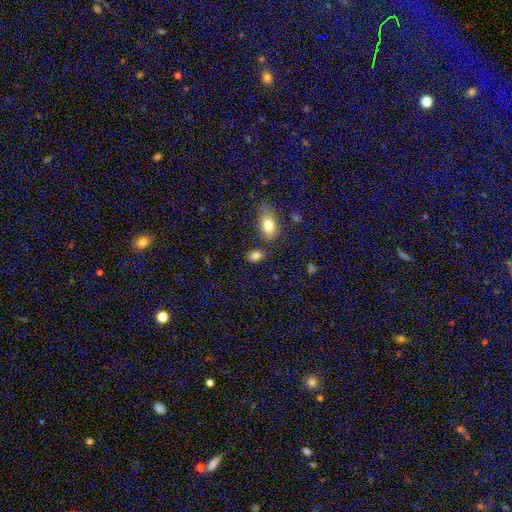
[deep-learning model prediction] smooth_or_featured: smooth (p=0.83) [alt: star or artifact p=0.10]
how_rounded: in between (p=0.78) [alt: round p=0.20]
merging: none (p=0.72) [alt: minor disturbance p=0.14]